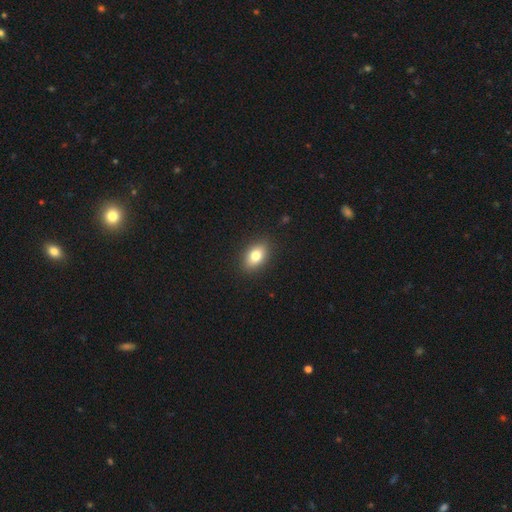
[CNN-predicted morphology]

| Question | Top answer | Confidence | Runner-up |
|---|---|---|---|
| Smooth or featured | smooth | 80% | featured or disk (11%) |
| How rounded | in between | 85% | round (13%) |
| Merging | none | 89% | minor disturbance (8%) |